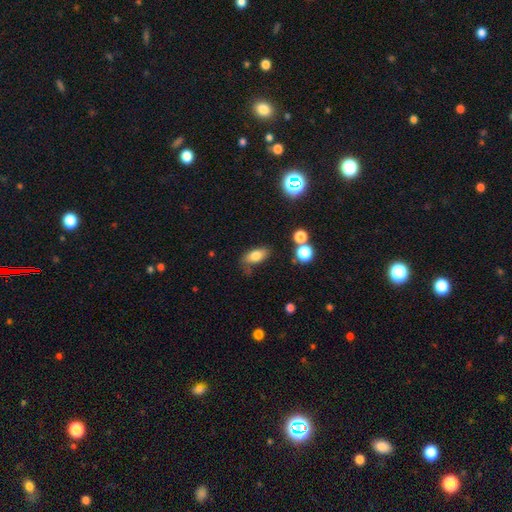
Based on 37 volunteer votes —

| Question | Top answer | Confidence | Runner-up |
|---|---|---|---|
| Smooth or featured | smooth | 76% | featured or disk (19%) |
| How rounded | in between | 93% | cigar-shaped (7%) |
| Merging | none | 77% | minor disturbance (14%) |